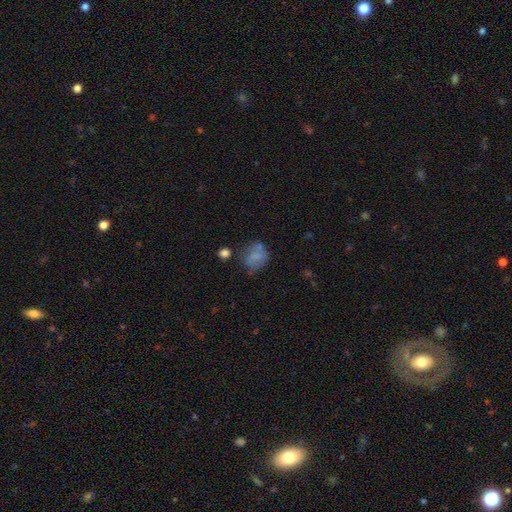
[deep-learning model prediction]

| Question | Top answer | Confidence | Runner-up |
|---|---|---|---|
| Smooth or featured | smooth | 65% | featured or disk (23%) |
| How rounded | round | 57% | in between (42%) |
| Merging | none | 50% | minor disturbance (23%) |